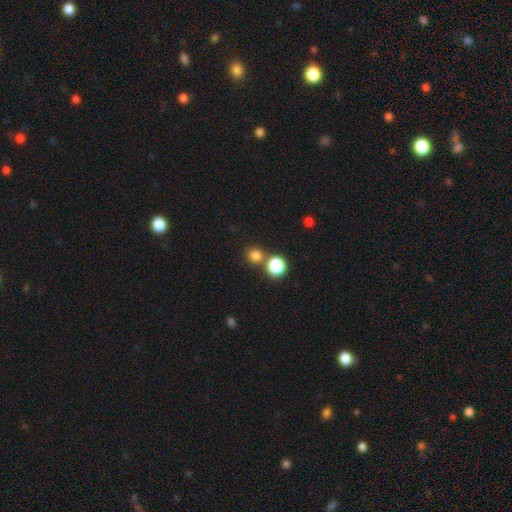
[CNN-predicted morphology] type=smooth (78%); roundness=round (88%); merging=none (70%).